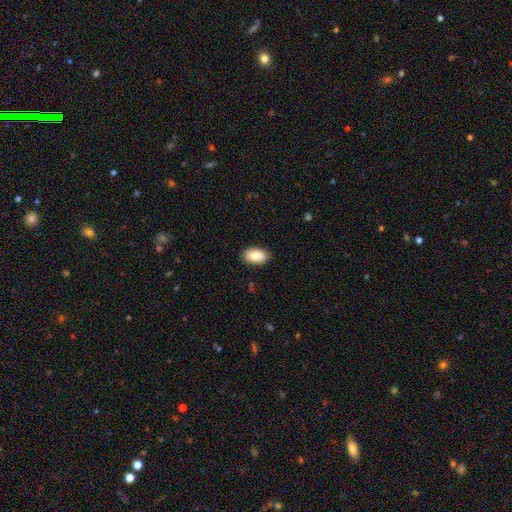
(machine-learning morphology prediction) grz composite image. It shows a smooth galaxy with no disk features (87%) that is in between round and cigar-shaped (94%). Merging: none (89%).